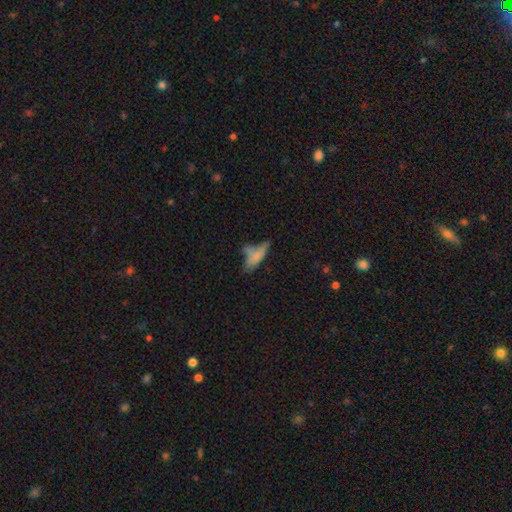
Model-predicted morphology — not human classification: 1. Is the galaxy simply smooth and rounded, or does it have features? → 64% smooth, 24% featured or disk, 11% star or artifact.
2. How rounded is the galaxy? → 52% in between, 45% cigar-shaped, 3% round.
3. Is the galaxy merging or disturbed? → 36% none, 26% merger, 21% minor disturbance, 17% major disturbance.